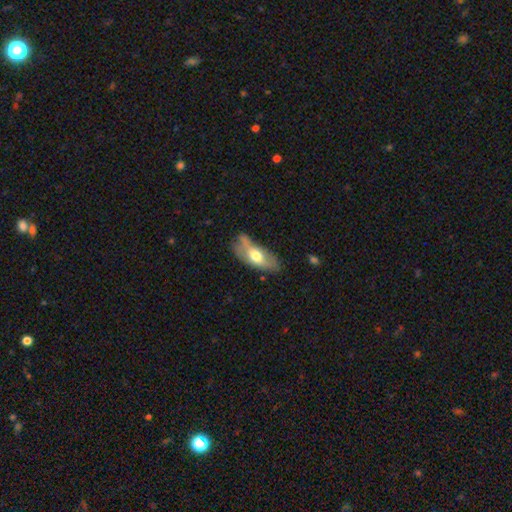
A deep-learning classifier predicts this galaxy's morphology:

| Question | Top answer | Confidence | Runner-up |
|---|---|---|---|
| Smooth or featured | smooth | 54% | featured or disk (40%) |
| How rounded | in between | 80% | cigar-shaped (17%) |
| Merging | none | 50% | minor disturbance (31%) |